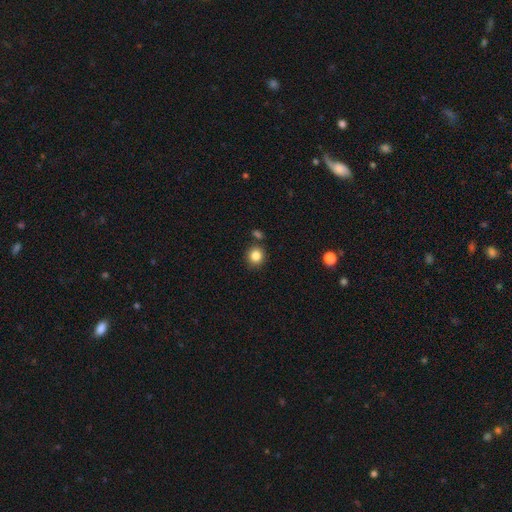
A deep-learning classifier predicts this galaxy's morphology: Q: Smooth or featured?
A: smooth (84%); runner-up: star or artifact (11%)
Q: How rounded?
A: round (88%); runner-up: in between (11%)
Q: Merging?
A: none (83%); runner-up: minor disturbance (8%)